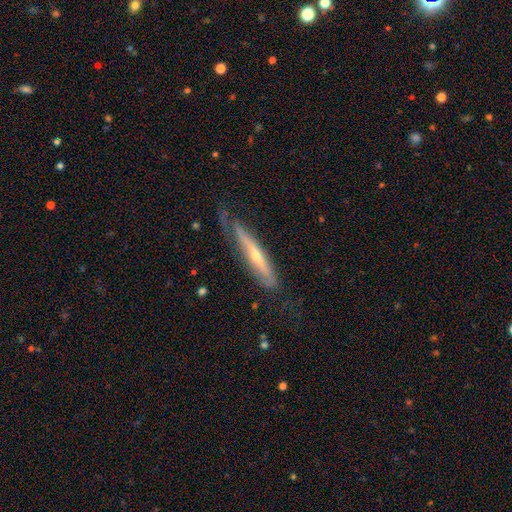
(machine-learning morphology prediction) featured or disk 71%, smooth 23%, star or artifact 6%. Down the decision tree: edge-on disk — yes (76%); edge-on bulge — rounded (73%); merging — none (59%).